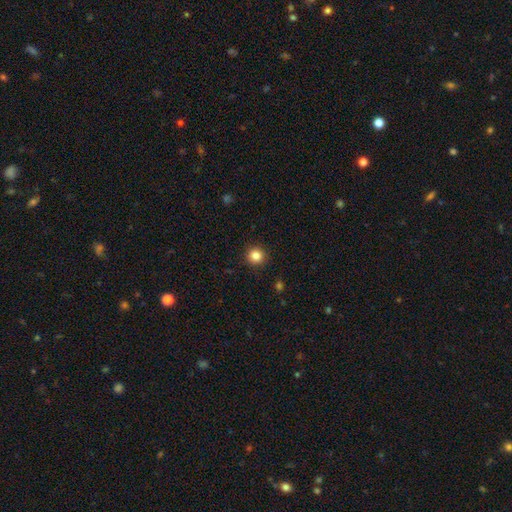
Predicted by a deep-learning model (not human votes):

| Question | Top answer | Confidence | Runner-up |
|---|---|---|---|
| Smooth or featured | smooth | 85% | star or artifact (11%) |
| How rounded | round | 95% | in between (4%) |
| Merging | none | 92% | minor disturbance (5%) |